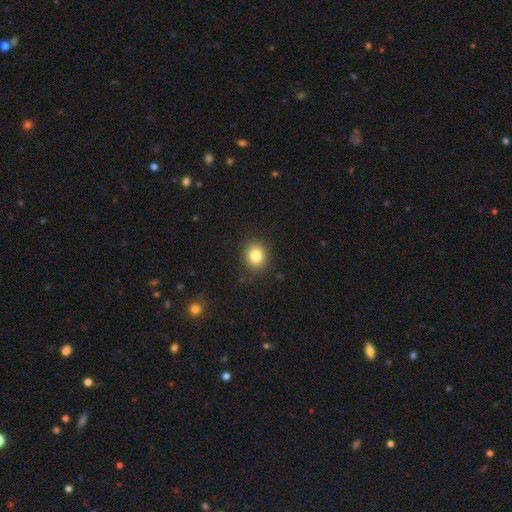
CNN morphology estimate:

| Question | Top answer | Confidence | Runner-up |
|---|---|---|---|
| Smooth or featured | smooth | 83% | star or artifact (11%) |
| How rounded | round | 73% | in between (26%) |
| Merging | none | 88% | minor disturbance (8%) |